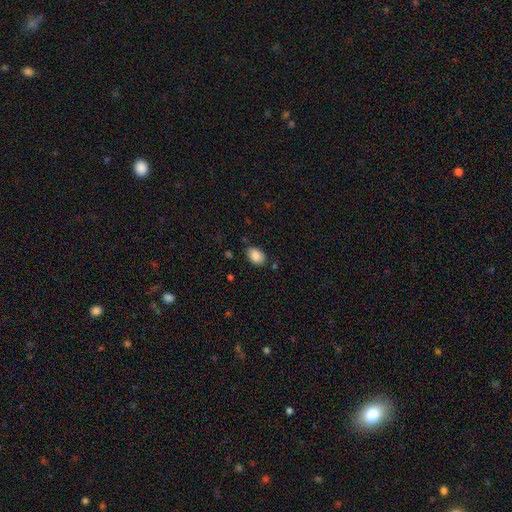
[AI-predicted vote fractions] A smooth galaxy with no disk features (88%) that is in between round and cigar-shaped (84%).

Vote fractions:
- Smooth or featured? smooth: 88% / star or artifact: 7% / featured or disk: 4%
- How rounded? in between: 84% / round: 15% / cigar-shaped: 1%
- Merging? none: 83% / minor disturbance: 12% / major disturbance: 3% / merger: 2%